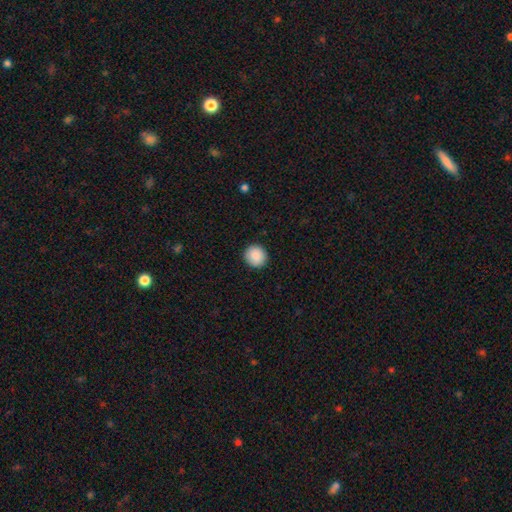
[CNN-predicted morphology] smooth-or-featured: smooth: 89% | star or artifact: 7% | featured or disk: 4%
  how-rounded: round: 91% | in between: 8% | cigar-shaped: 1%
  merging: none: 92% | minor disturbance: 5% | major disturbance: 2% | merger: 1%